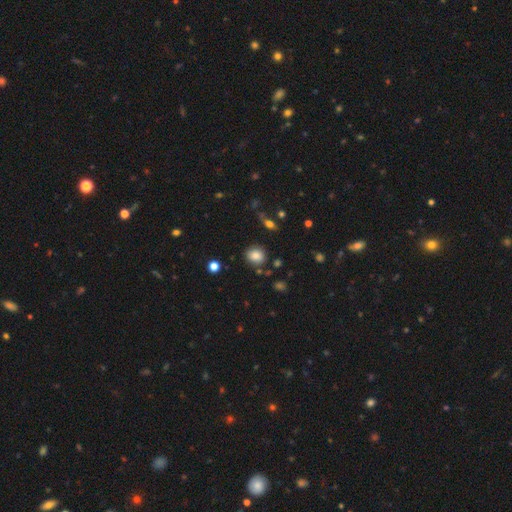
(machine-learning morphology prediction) Smooth or featured? smooth (82%)
How rounded? round (72%)
Merging? none (84%)